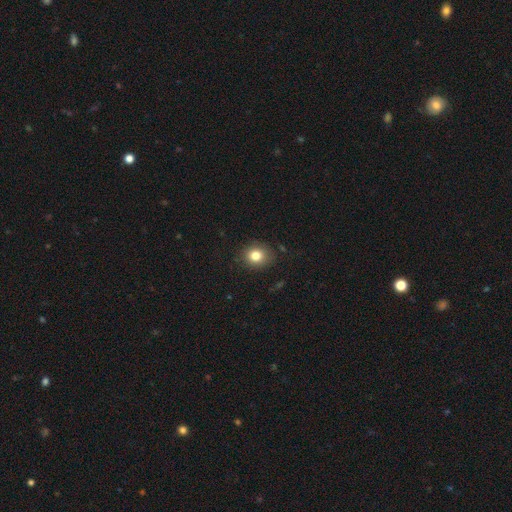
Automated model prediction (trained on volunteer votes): Smooth or featured?
  - smooth: 81% *
  - star or artifact: 11%
  - featured or disk: 8%
How rounded?
  - round: 70% *
  - in between: 29%
  - cigar-shaped: 1%
Merging?
  - none: 86% *
  - minor disturbance: 10%
  - major disturbance: 3%
  - merger: 1%